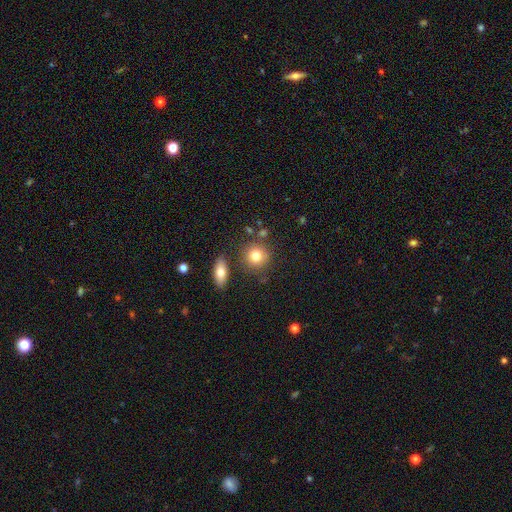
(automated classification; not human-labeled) smooth 80%, featured or disk 11%, star or artifact 10%. Down the decision tree: how rounded — round (86%); merging — none (76%).